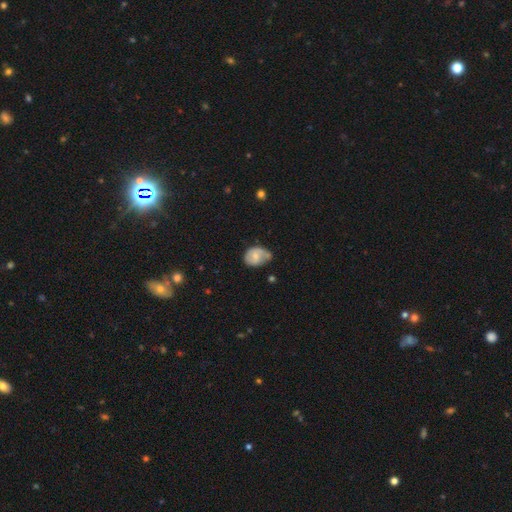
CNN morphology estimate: Smooth or featured? smooth (53%)
How rounded? in between (66%)
Merging? minor disturbance (41%)